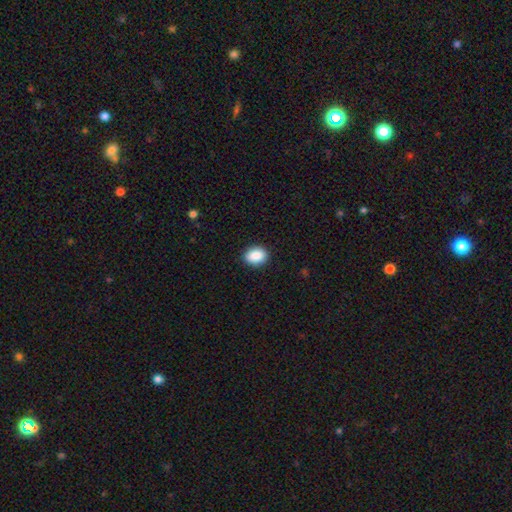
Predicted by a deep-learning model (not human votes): smooth-or-featured: smooth: 89% | star or artifact: 8% | featured or disk: 4%
  how-rounded: in between: 67% | round: 32% | cigar-shaped: 1%
  merging: none: 90% | minor disturbance: 7% | major disturbance: 2% | merger: 1%